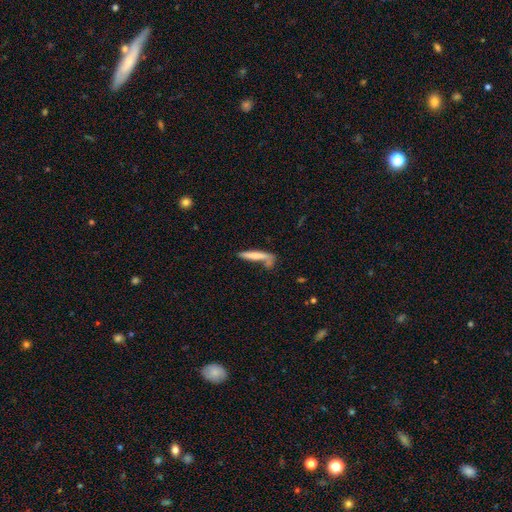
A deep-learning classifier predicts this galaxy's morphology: A smooth galaxy with no disk features (72%) that is cigar-shaped (91%).

Vote fractions:
- Smooth or featured? smooth: 72% / featured or disk: 21% / star or artifact: 7%
- How rounded? cigar-shaped: 91% / in between: 8% / round: 2%
- Merging? none: 58% / minor disturbance: 18% / merger: 16% / major disturbance: 8%